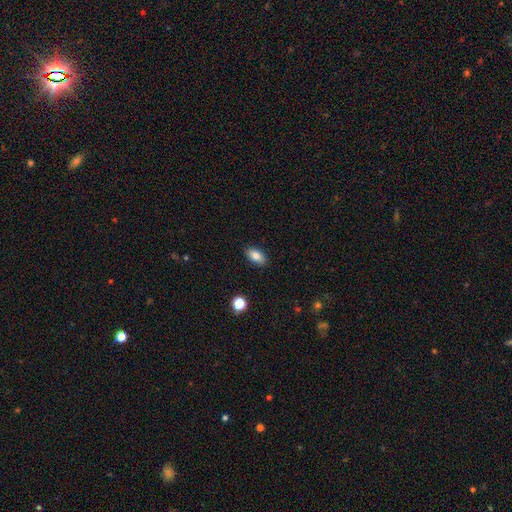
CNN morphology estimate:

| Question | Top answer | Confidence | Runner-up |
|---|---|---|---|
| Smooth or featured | smooth | 83% | featured or disk (9%) |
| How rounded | in between | 90% | cigar-shaped (5%) |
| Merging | none | 89% | minor disturbance (8%) |